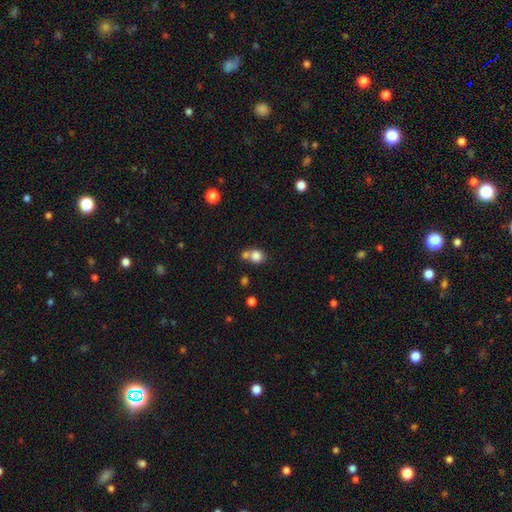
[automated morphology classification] Q: Smooth or featured?
A: smooth (82%); runner-up: star or artifact (11%)
Q: How rounded?
A: round (76%); runner-up: in between (23%)
Q: Merging?
A: none (46%); runner-up: merger (41%)